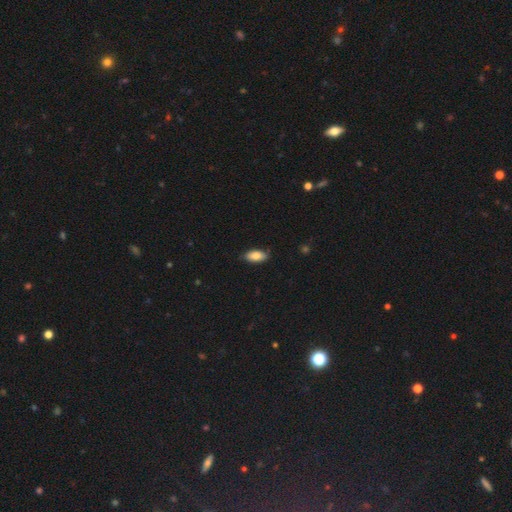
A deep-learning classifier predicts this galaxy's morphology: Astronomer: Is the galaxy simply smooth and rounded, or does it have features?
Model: smooth — 84%.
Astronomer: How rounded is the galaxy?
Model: in between — 91%.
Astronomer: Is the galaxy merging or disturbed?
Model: none — 85%.